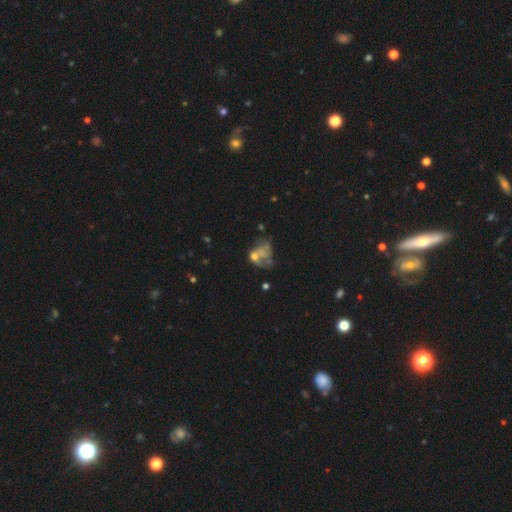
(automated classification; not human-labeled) Smooth or featured? featured or disk (49%)
Merging? major disturbance (35%)